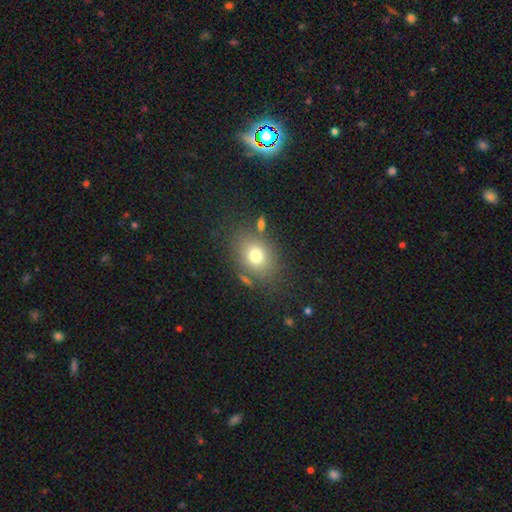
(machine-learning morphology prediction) The model was most divided on "how rounded": in between: 58%, round: 41%, cigar-shaped: 1%. More confident: merging — none (74%); smooth or featured — smooth (74%).